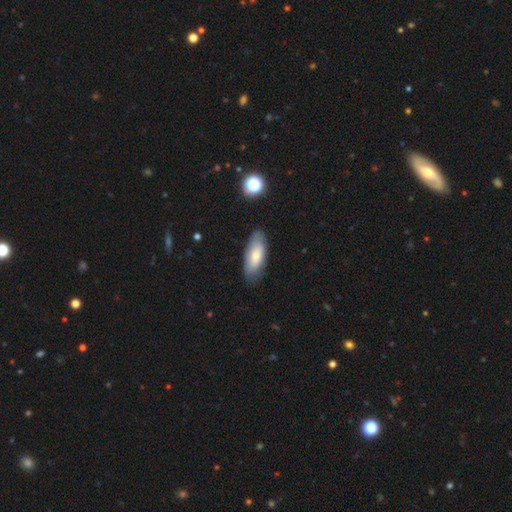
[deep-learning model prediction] Smooth or featured: smooth — 72% (featured or disk — 22%)
How rounded: in between — 82% (cigar-shaped — 16%)
Merging: none — 79% (minor disturbance — 16%)